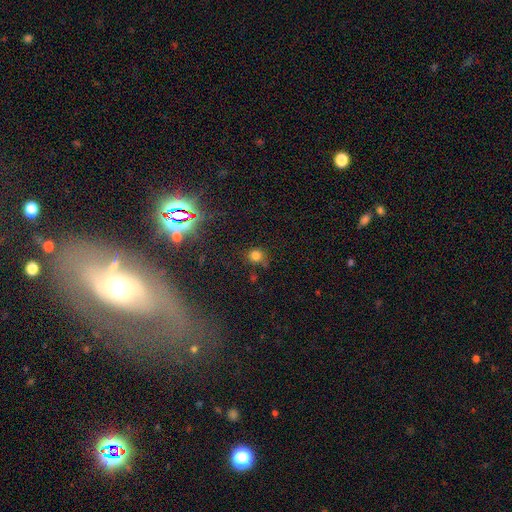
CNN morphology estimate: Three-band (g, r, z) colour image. It shows a smooth galaxy with no disk features (75%) that is round (85%). Merging: none (72%).